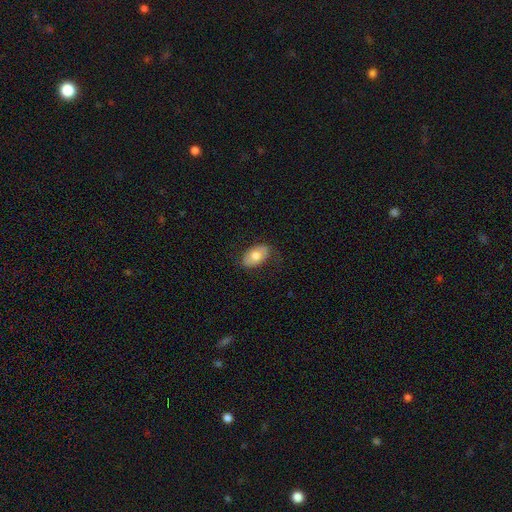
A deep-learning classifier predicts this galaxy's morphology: This is likely a smooth galaxy (72%). How rounded: clearly in between (92%). Merging: likely none (78%).